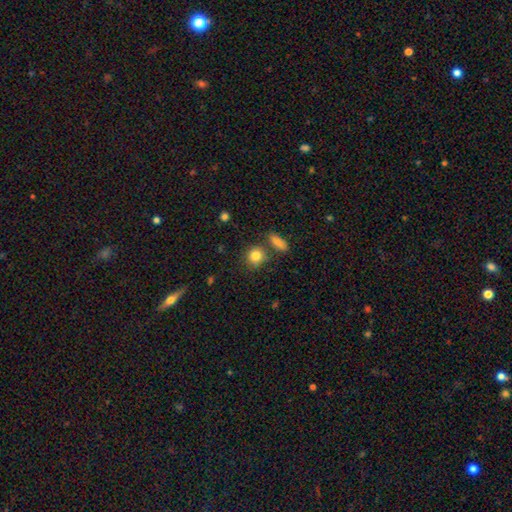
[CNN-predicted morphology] This appears to be a smooth galaxy with no disk features (83%) that is round (82%). Merging: none (73%).